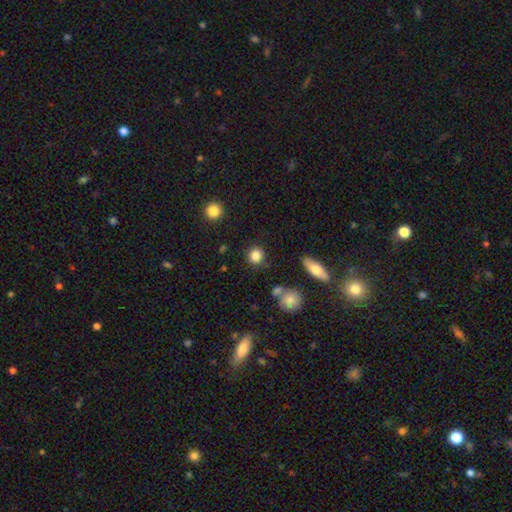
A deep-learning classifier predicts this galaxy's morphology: Smooth or featured?
  - smooth: 85% *
  - star or artifact: 10%
  - featured or disk: 5%
How rounded?
  - round: 87% *
  - in between: 12%
  - cigar-shaped: 1%
Merging?
  - none: 84% *
  - minor disturbance: 9%
  - merger: 4%
  - major disturbance: 3%